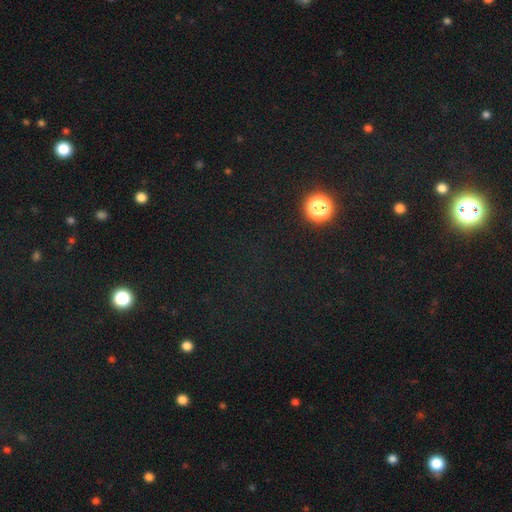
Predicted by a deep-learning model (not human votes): Smooth or featured: star or artifact — 73% (smooth — 19%)